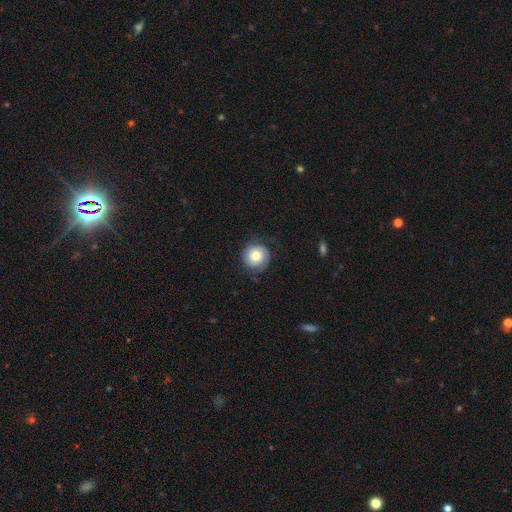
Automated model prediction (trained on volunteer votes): Overall: smooth (52%; featured or disk 41%). How rounded: round (91%). Merging: none (71%).